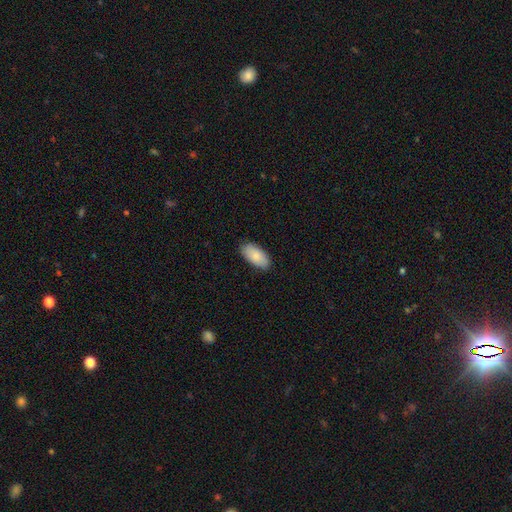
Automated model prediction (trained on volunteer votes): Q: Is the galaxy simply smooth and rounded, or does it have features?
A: smooth — 85%.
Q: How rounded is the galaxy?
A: in between — 94%.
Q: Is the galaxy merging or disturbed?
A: none — 87%.